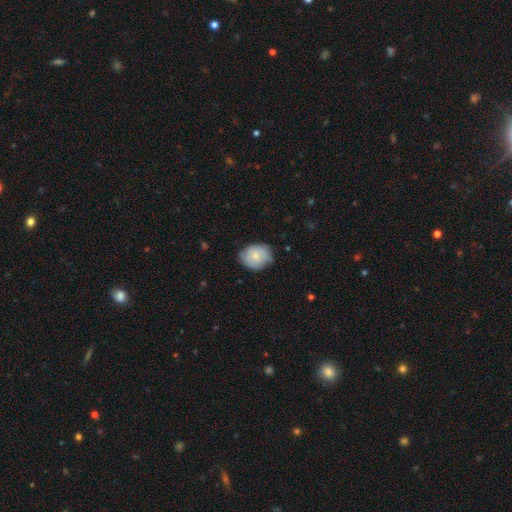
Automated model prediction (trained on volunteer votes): Smooth or featured? Predicted: smooth (p=0.67). How rounded? Predicted: round (p=0.61). Merging? Predicted: none (p=0.66).